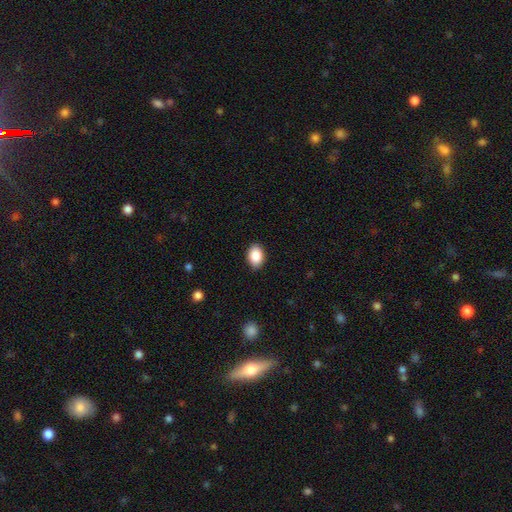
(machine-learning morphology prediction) smooth 88%, star or artifact 8%, featured or disk 4%. Down the decision tree: how rounded — in between (80%); merging — none (88%).